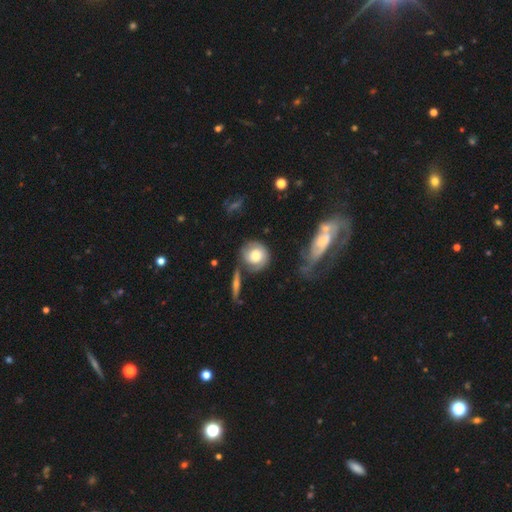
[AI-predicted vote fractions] smooth-or-featured: smooth: 47% (tied) | featured or disk: 47% (tied) | star or artifact: 6%
  merging: none: 53% | minor disturbance: 21% | major disturbance: 14% | merger: 12%